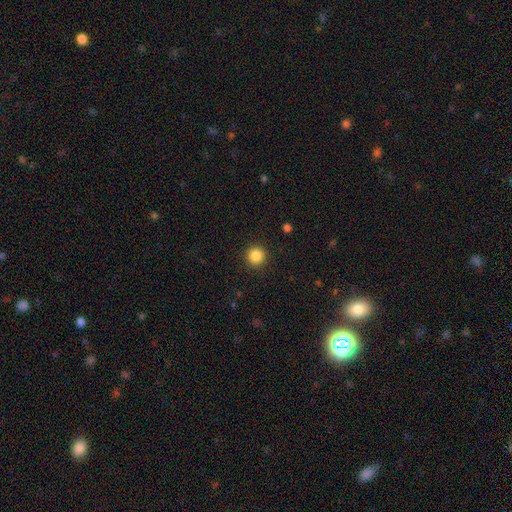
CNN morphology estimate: smooth 86%, star or artifact 10%, featured or disk 3%. Down the decision tree: how rounded — round (95%); merging — none (92%).